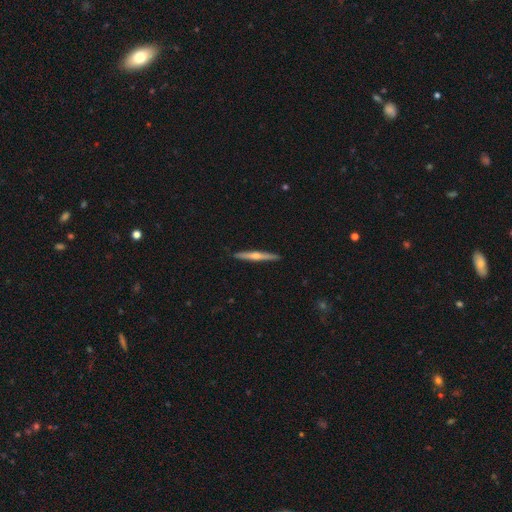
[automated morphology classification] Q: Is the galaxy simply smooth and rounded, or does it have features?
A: featured or disk — 70%.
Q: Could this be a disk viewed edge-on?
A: yes — 98%.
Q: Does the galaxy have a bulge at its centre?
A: rounded — 85%.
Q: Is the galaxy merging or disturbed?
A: none — 92%.